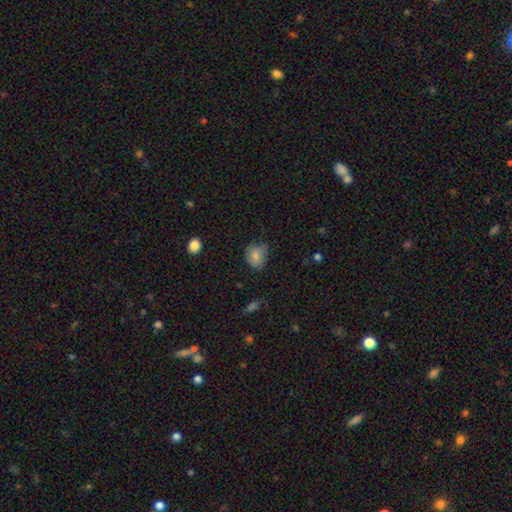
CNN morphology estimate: smooth 78%, featured or disk 14%, star or artifact 9%. Down the decision tree: how rounded — round (56%); merging — none (58%).